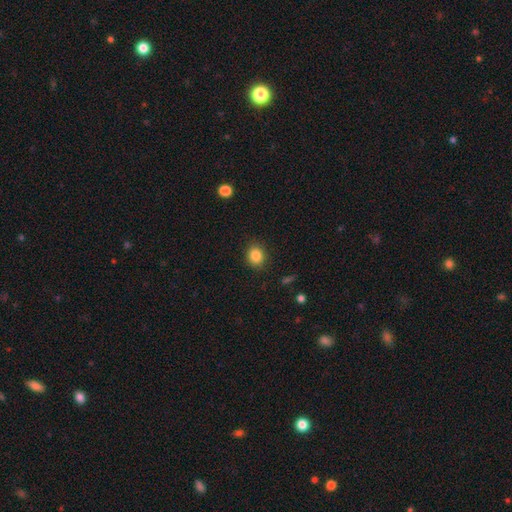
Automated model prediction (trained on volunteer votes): Smooth or featured: smooth — 85% (star or artifact — 10%)
How rounded: round — 68% (in between — 31%)
Merging: none — 87% (minor disturbance — 10%)